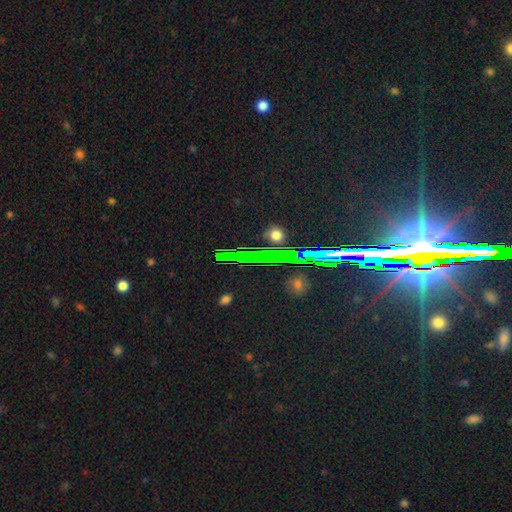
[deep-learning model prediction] Smooth or featured? star or artifact (80%)